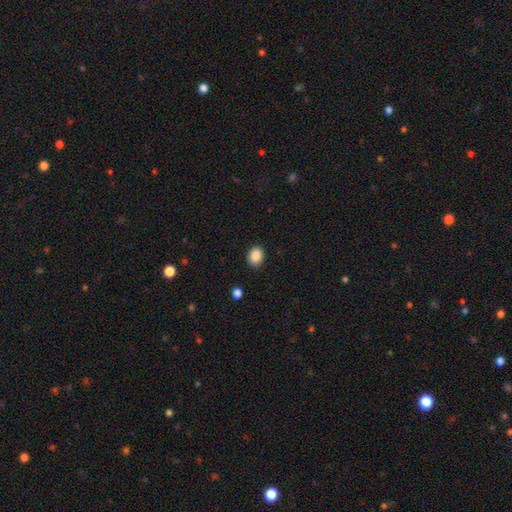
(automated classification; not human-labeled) smooth 89%, star or artifact 9%, featured or disk 3%. Down the decision tree: how rounded — in between (57%); merging — none (89%).